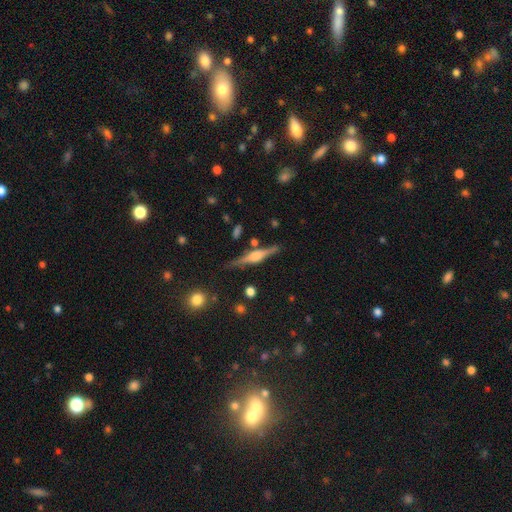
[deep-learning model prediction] A featured or disk galaxy (75%) viewed edge-on (97%) with a rounded central bulge (75%). Merging: none (83%).